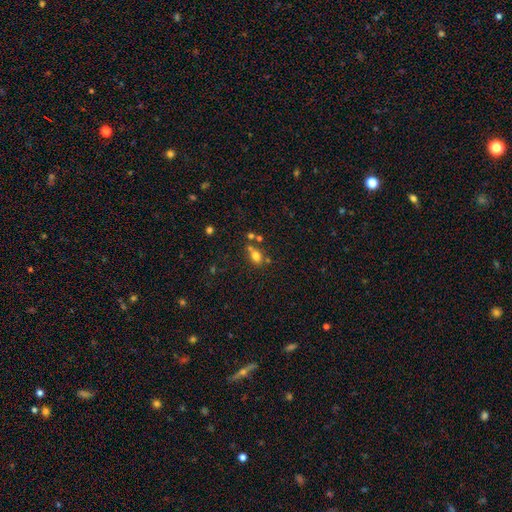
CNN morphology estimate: smooth 74%, star or artifact 15%, featured or disk 12%. Down the decision tree: how rounded — in between (72%); merging — none (54%).